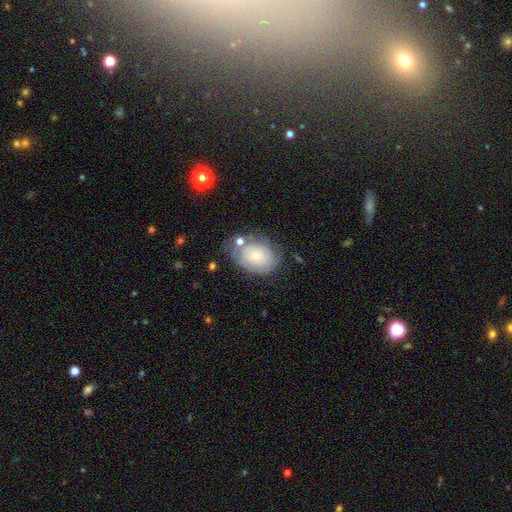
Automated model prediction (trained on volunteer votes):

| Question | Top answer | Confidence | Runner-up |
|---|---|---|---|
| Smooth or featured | smooth | 50% | featured or disk (43%) |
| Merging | none | 51% | minor disturbance (27%) |